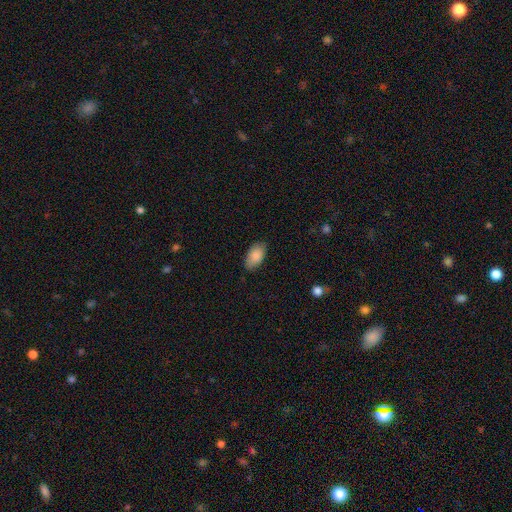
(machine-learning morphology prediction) This is clearly a smooth galaxy (85%). How rounded: clearly in between (93%). Merging: clearly none (82%).